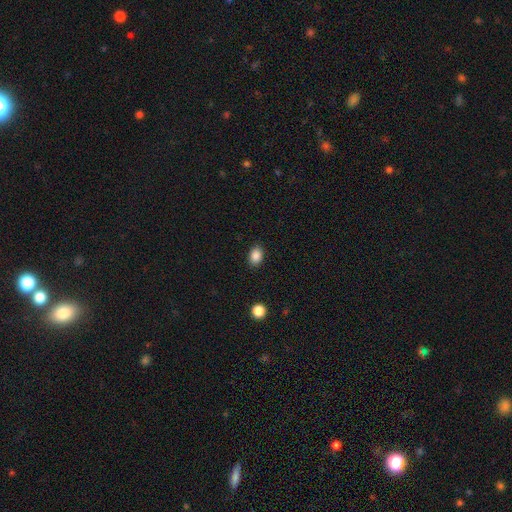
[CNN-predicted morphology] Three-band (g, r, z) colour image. It shows a smooth galaxy with no disk features (87%) that is in between round and cigar-shaped (72%). Merging: none (88%).